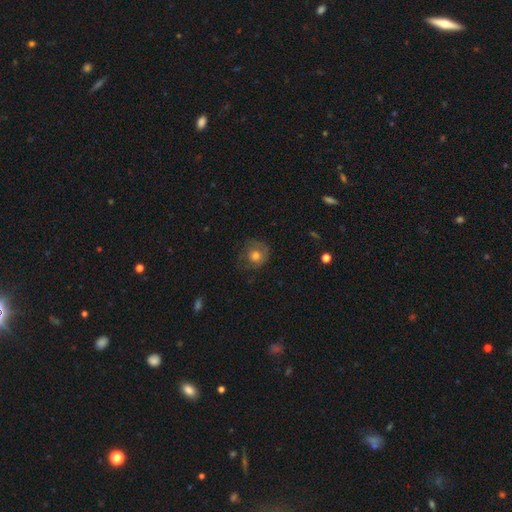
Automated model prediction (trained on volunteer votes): Q: Smooth or featured?
A: smooth (59%); runner-up: featured or disk (31%)
Q: How rounded?
A: round (85%); runner-up: in between (14%)
Q: Merging?
A: none (61%); runner-up: minor disturbance (22%)